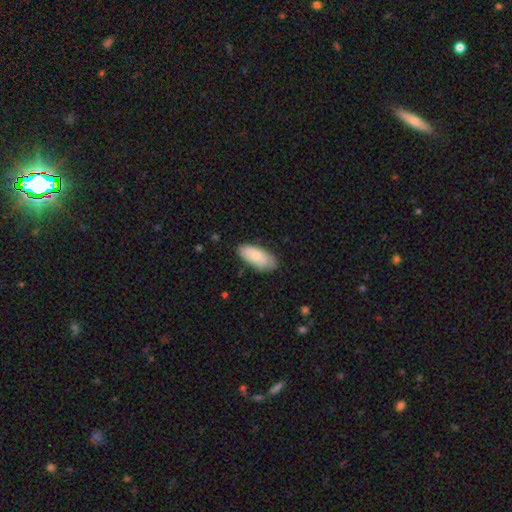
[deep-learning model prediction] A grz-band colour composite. It shows a smooth galaxy with no disk features (78%) that is in between round and cigar-shaped (88%). Merging: none (78%).